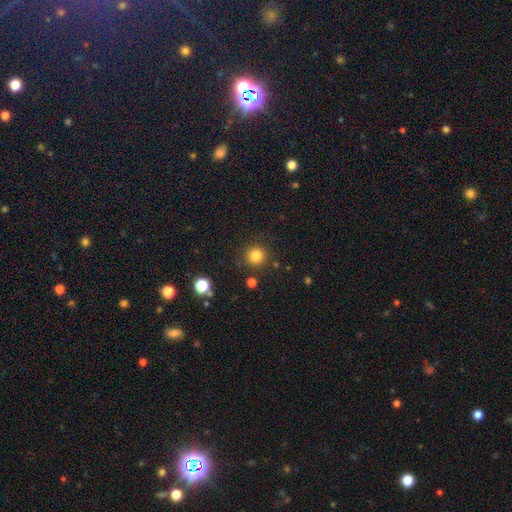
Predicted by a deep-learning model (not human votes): Overall: smooth (83%). How rounded: round (94%). Merging: none (88%).